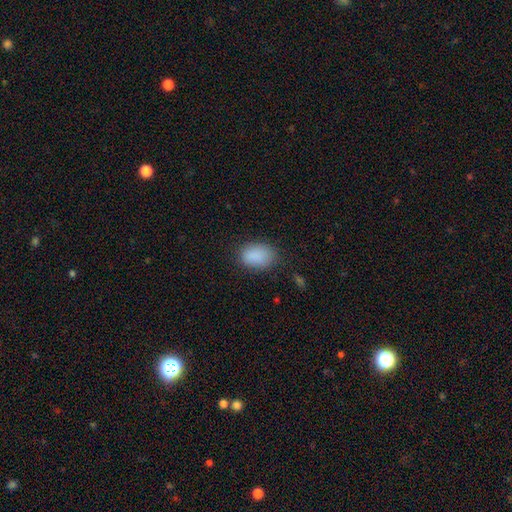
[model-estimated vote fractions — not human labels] Morphology: type=smooth (88%); roundness=in between (82%); merging=none (78%).